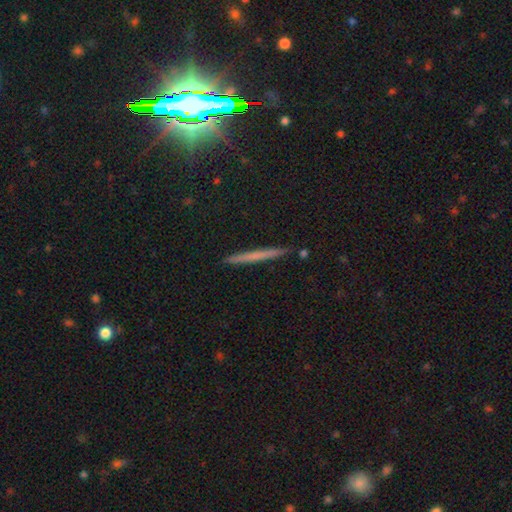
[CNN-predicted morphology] This appears to be a smooth galaxy with no disk features (55%) that is cigar-shaped (97%). Merging: none (91%).